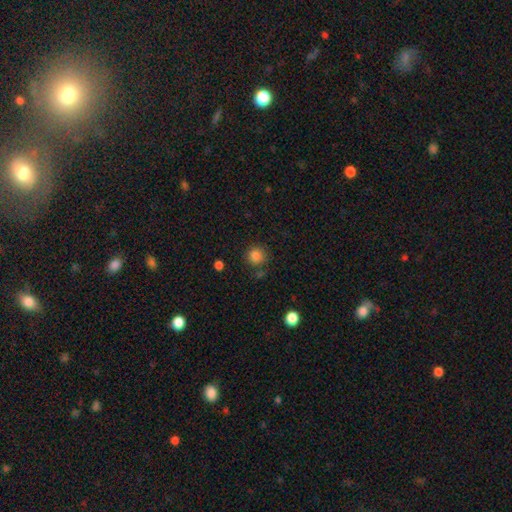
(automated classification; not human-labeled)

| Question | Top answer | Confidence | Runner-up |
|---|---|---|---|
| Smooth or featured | smooth | 85% | star or artifact (11%) |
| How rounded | round | 92% | in between (7%) |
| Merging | none | 81% | minor disturbance (11%) |